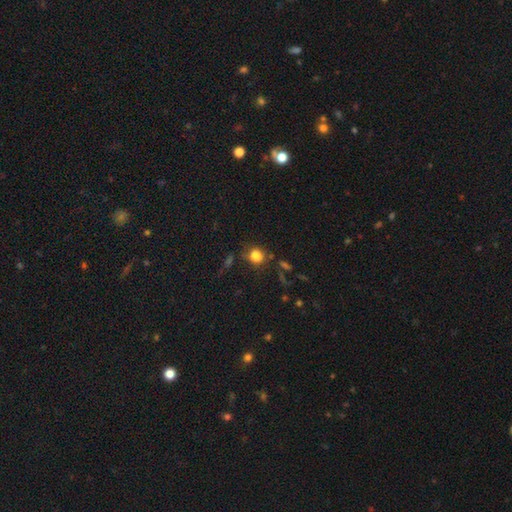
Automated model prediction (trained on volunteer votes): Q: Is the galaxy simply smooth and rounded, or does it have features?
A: smooth — 80%.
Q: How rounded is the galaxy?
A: round — 57%.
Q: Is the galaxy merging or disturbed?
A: none — 66%.